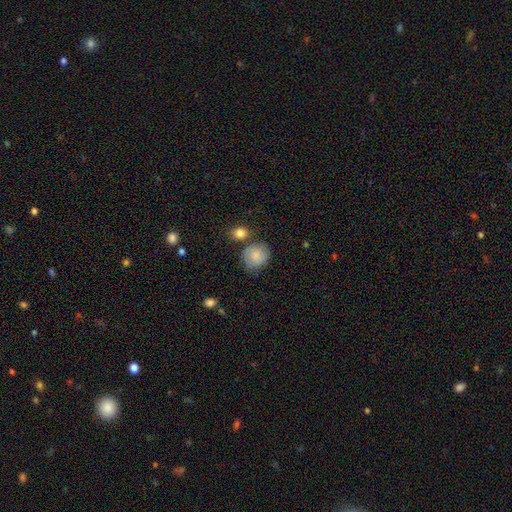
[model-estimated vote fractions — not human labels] Smooth or featured?
  - smooth: 82% *
  - featured or disk: 10%
  - star or artifact: 8%
How rounded?
  - round: 79% *
  - in between: 20%
  - cigar-shaped: 1%
Merging?
  - none: 68% *
  - minor disturbance: 18%
  - merger: 9%
  - major disturbance: 5%